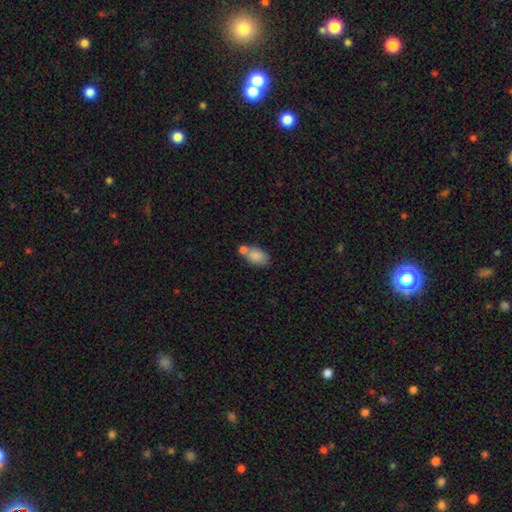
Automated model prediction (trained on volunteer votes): smooth 83%, featured or disk 10%, star or artifact 8%. Down the decision tree: how rounded — in between (88%); merging — none (41%, tied with merger).